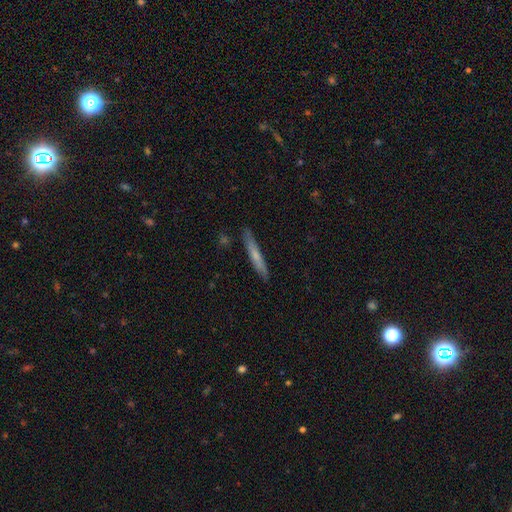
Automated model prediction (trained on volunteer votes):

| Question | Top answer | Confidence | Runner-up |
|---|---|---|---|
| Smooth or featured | smooth | 58% | featured or disk (36%) |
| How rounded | cigar-shaped | 95% | in between (4%) |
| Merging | none | 87% | minor disturbance (10%) |